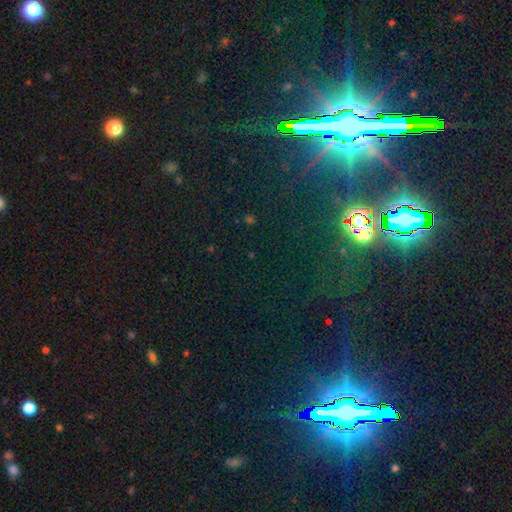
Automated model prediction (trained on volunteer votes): Smooth or featured? star or artifact (81%)